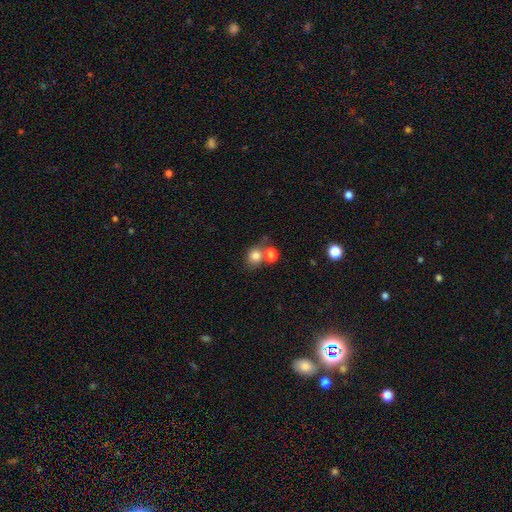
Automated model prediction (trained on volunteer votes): Smooth or featured?
  - smooth: 80% *
  - star or artifact: 11%
  - featured or disk: 8%
How rounded?
  - round: 70% *
  - in between: 29%
  - cigar-shaped: 1%
Merging?
  - none: 50% *
  - merger: 35%
  - minor disturbance: 10%
  - major disturbance: 5%